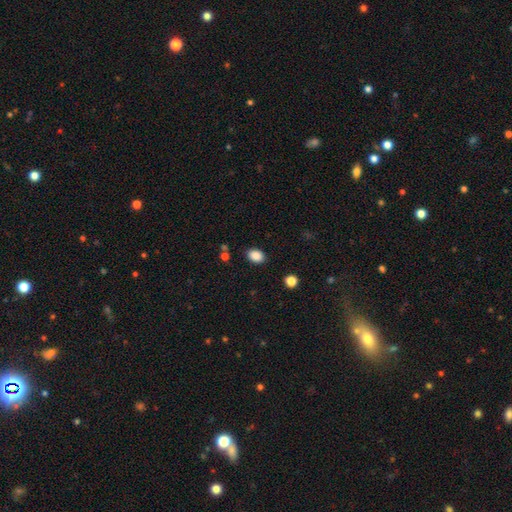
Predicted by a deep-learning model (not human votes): Smooth or featured? smooth (88%)
How rounded? in between (74%)
Merging? none (86%)